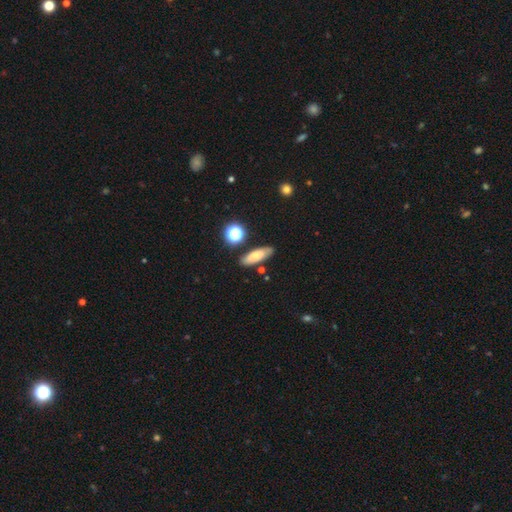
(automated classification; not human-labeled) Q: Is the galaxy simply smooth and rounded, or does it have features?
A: smooth — 68%.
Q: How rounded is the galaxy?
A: in between — 54%.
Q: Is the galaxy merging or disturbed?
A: none — 81%.